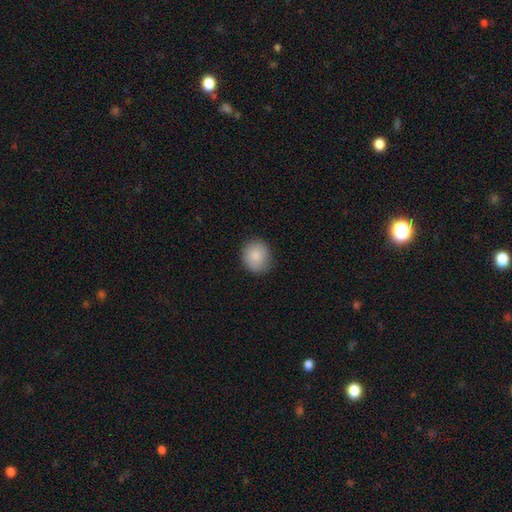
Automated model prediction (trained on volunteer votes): This appears to be a smooth galaxy with no disk features (85%) that is round (78%). Merging: none (84%).